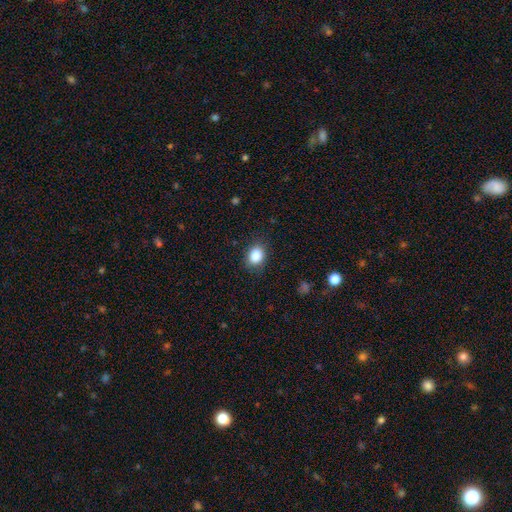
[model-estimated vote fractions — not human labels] Morphology: type=smooth (87%); roundness=in between (58%); merging=none (82%).